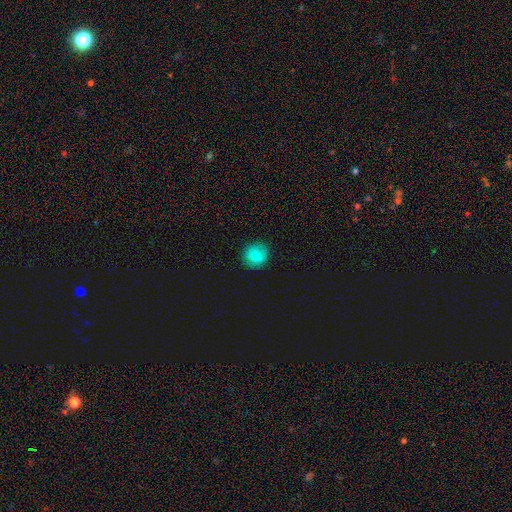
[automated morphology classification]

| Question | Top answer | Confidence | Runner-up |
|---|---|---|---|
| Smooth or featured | smooth | 83% | star or artifact (10%) |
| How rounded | round | 88% | in between (11%) |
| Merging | none | 87% | minor disturbance (10%) |